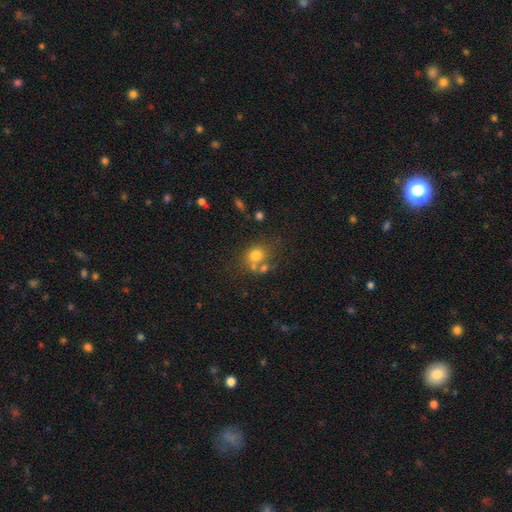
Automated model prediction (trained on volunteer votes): The model was most divided on "merging": none: 47%, merger: 32%, minor disturbance: 13%, major disturbance: 7%. More confident: smooth or featured — smooth (74%); how rounded — round (70%).